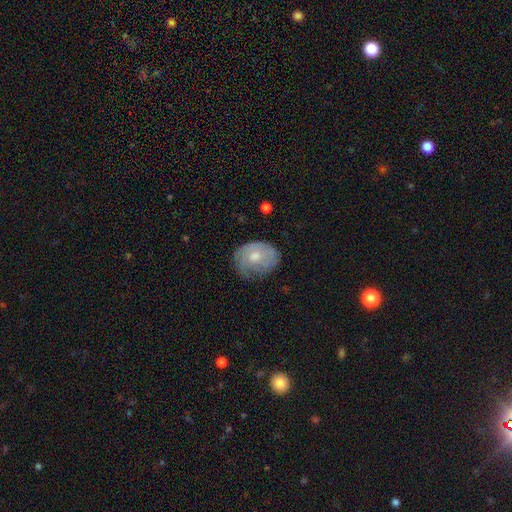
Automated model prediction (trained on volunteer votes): Q: Smooth or featured?
A: featured or disk (53%); runner-up: smooth (40%)
Q: Edge-on disk?
A: no (96%); runner-up: yes (4%)
Q: Bar?
A: no (81%); runner-up: weak (17%)
Q: Spiral arms?
A: yes (73%); runner-up: no (27%)
Q: Bulge size?
A: moderate (65%); runner-up: small (25%)
Q: Merging?
A: none (62%); runner-up: minor disturbance (27%)